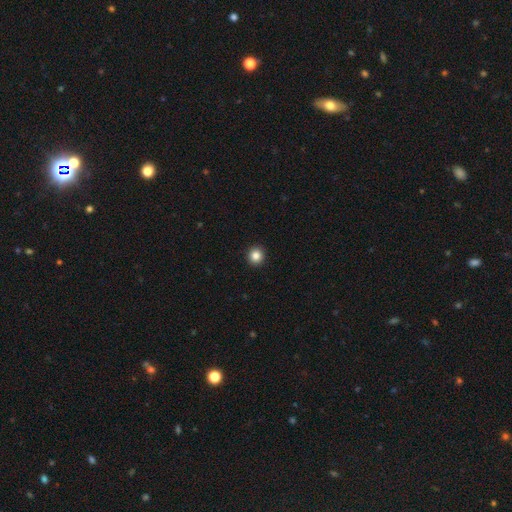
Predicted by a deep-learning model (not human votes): This is clearly a smooth galaxy (85%). How rounded: clearly round (93%). Merging: clearly none (94%).